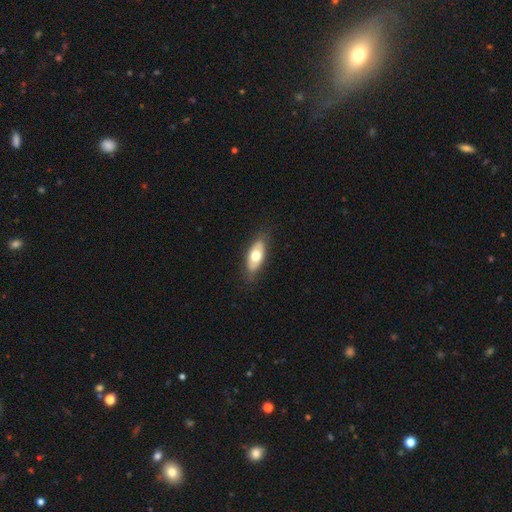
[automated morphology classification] type=smooth (61%); roundness=in between (82%); merging=none (83%).